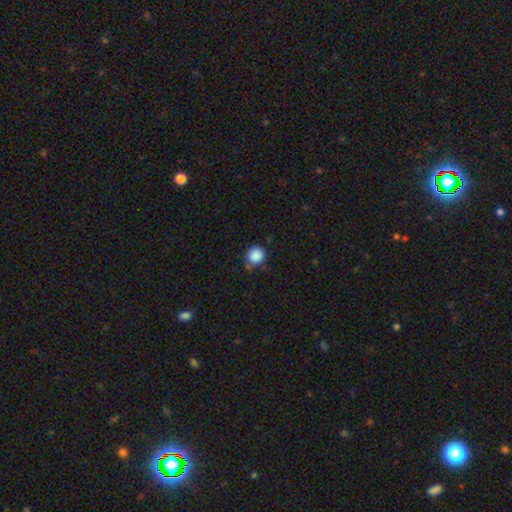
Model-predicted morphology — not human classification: Smooth or featured: smooth — 88% (star or artifact — 9%)
How rounded: round — 87% (in between — 12%)
Merging: none — 75% (minor disturbance — 18%)